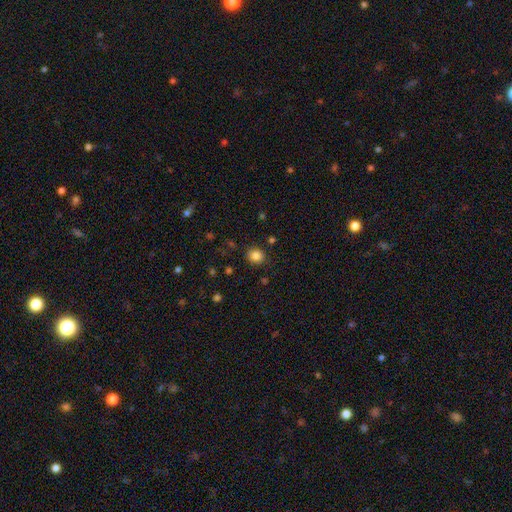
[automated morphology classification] Smooth or featured? Predicted: smooth (p=0.84). How rounded? Predicted: round (p=0.78). Merging? Predicted: none (p=0.87).